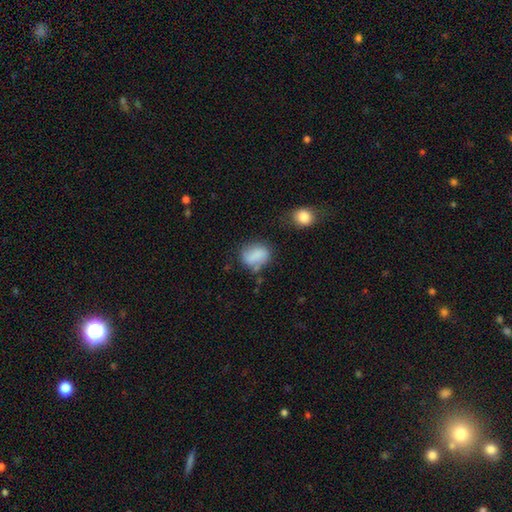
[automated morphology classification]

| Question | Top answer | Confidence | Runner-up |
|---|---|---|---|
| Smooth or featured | smooth | 77% | featured or disk (14%) |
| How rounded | in between | 64% | round (34%) |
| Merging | none | 53% | minor disturbance (27%) |